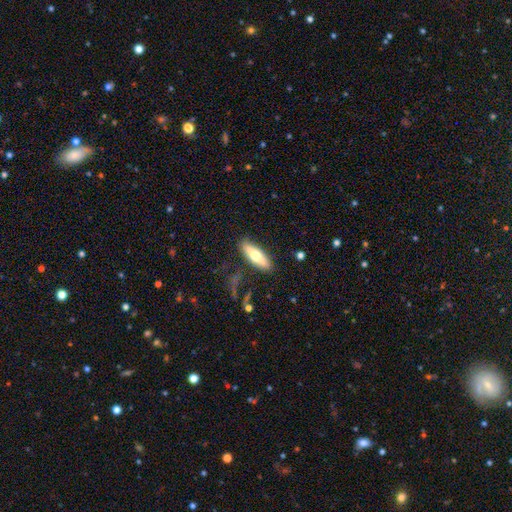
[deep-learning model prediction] smooth 64%, featured or disk 30%, star or artifact 6%. Down the decision tree: how rounded — in between (51%); merging — none (85%).